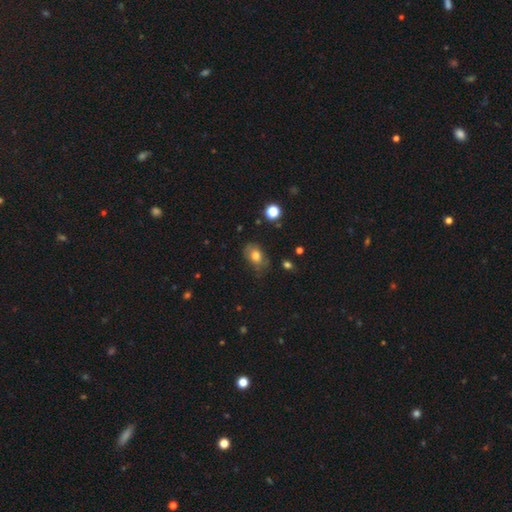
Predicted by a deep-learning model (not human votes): A smooth galaxy with no disk features (74%) that is in between round and cigar-shaped (77%).

Vote fractions:
- Smooth or featured? smooth: 74% / featured or disk: 16% / star or artifact: 10%
- How rounded? in between: 77% / round: 21% / cigar-shaped: 2%
- Merging? none: 60% / minor disturbance: 28% / major disturbance: 9% / merger: 2%